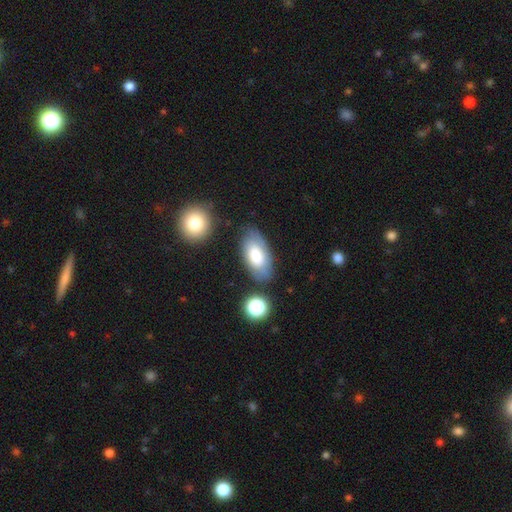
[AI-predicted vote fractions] The model was most divided on "smooth or featured": smooth: 75%, featured or disk: 17%, star or artifact: 7%. More confident: how rounded — in between (94%); merging — none (75%).